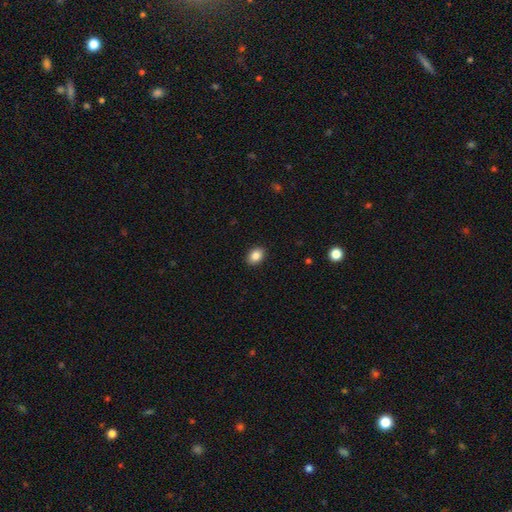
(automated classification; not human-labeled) Smooth or featured?
  - smooth: 87% *
  - star or artifact: 8%
  - featured or disk: 5%
How rounded?
  - in between: 77% *
  - round: 22%
  - cigar-shaped: 1%
Merging?
  - none: 90% *
  - minor disturbance: 7%
  - major disturbance: 2%
  - merger: 1%